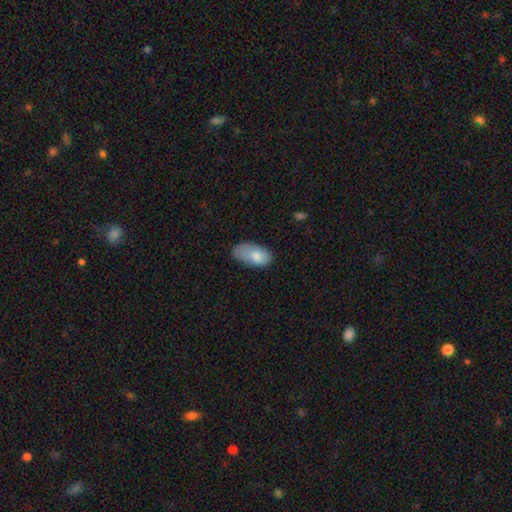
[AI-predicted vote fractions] A smooth galaxy with no disk features (82%) that is in between round and cigar-shaped (94%). Merging: none (51%).